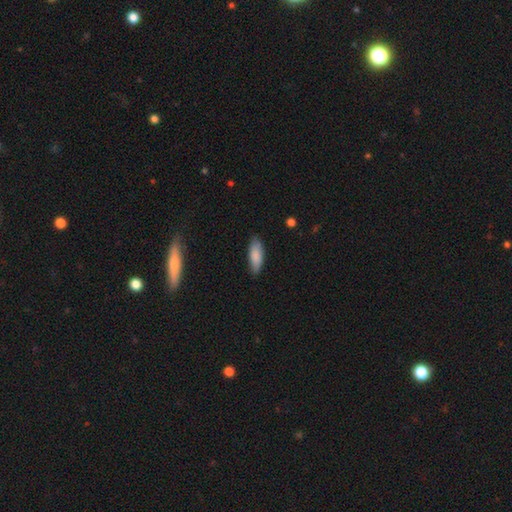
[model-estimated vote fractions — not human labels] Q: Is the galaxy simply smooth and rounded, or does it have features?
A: smooth — 85%.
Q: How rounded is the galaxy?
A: in between — 71%.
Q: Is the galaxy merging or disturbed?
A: none — 80%.